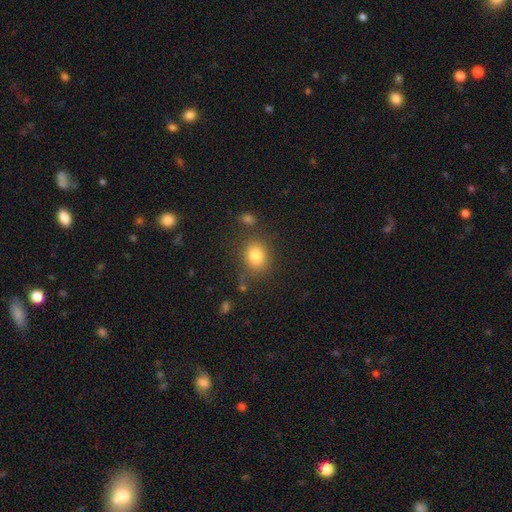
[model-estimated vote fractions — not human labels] Morphology: type=smooth (81%); roundness=round (55%); merging=none (76%).